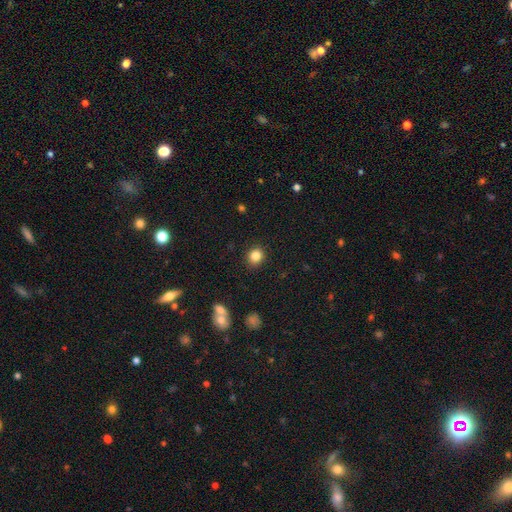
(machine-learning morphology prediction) smooth 84%, star or artifact 11%, featured or disk 5%. Down the decision tree: how rounded — round (83%); merging — none (90%).